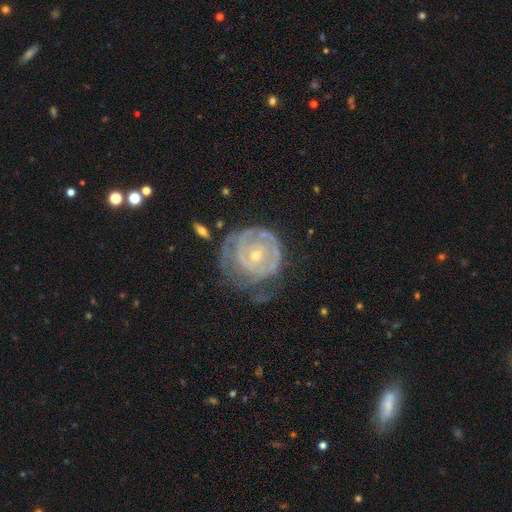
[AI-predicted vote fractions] A featured or disk galaxy (76%) with no bar (71%), tight (75%) spiral arms (74%) and a small central bulge (64%). Merging: none (47%).